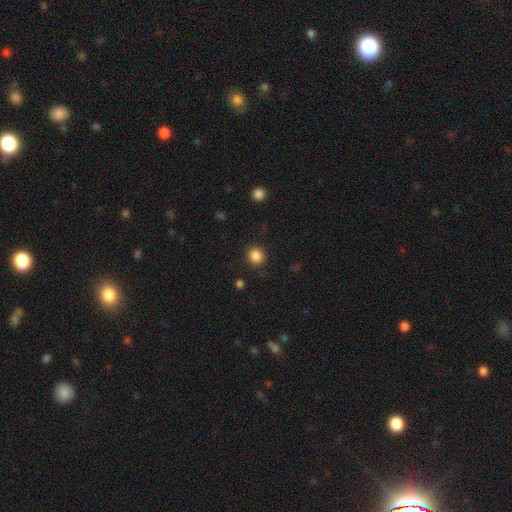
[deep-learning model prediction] A smooth galaxy with no disk features (86%) that is round (85%).

Vote fractions:
- Smooth or featured? smooth: 86% / star or artifact: 11% / featured or disk: 3%
- How rounded? round: 85% / in between: 14% / cigar-shaped: 1%
- Merging? none: 89% / minor disturbance: 7% / major disturbance: 3% / merger: 1%